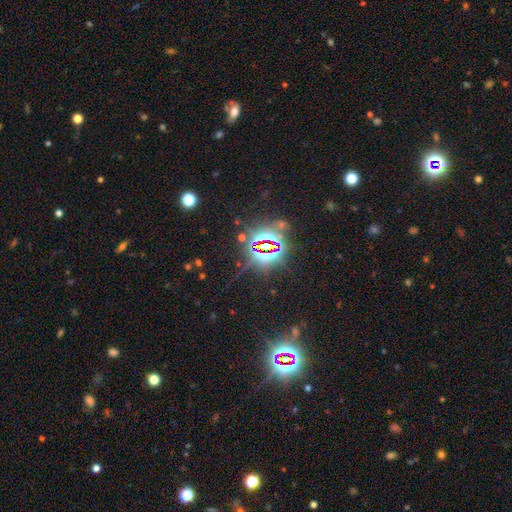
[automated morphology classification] This is clearly a star or artifact rather than a galaxy (84%).